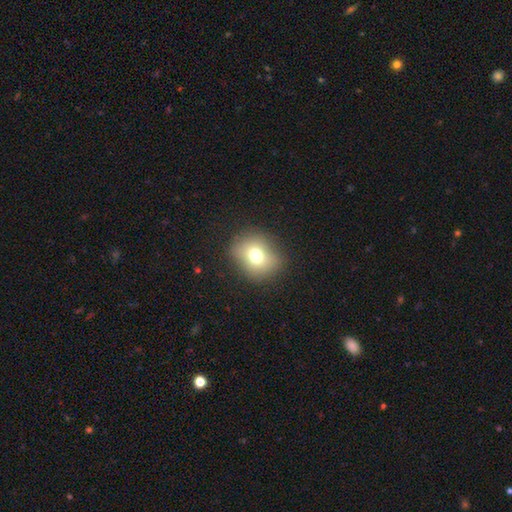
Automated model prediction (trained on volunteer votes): A smooth galaxy with no disk features (72%) that is round (66%).

Vote fractions:
- Smooth or featured? smooth: 72% / featured or disk: 15% / star or artifact: 13%
- How rounded? round: 66% / in between: 33% / cigar-shaped: 1%
- Merging? none: 83% / minor disturbance: 11% / major disturbance: 5% / merger: 1%